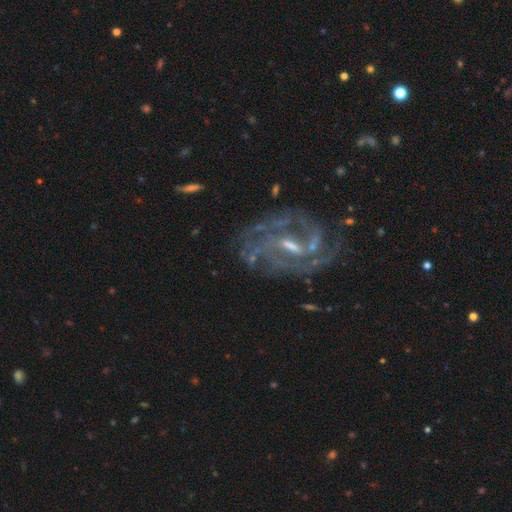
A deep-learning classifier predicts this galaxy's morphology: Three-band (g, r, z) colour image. It shows a featured or disk galaxy (89%) with a weak bar (50%), 2 (38%) medium (46%) spiral arms (95%) and a small central bulge (46%). Merging: none (66%).